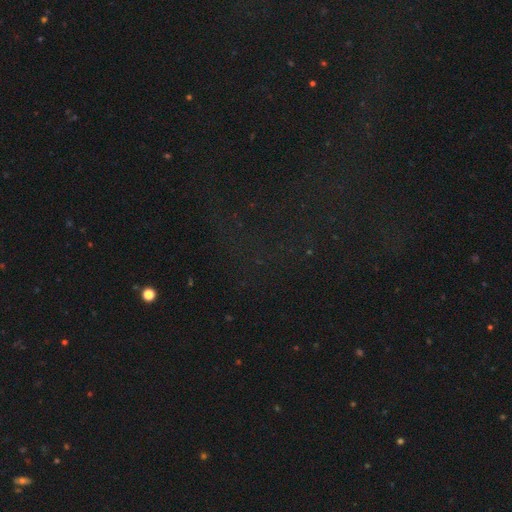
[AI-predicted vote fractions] Smooth or featured?
  - star or artifact: 78% *
  - smooth: 13%
  - featured or disk: 9%